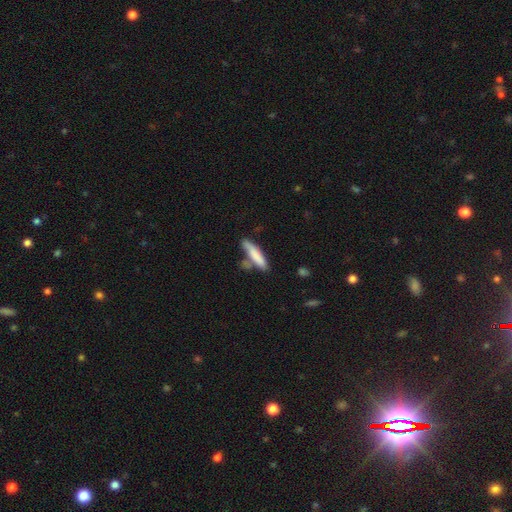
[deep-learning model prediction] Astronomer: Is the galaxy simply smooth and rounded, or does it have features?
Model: smooth — 78%.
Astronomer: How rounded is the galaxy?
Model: cigar-shaped — 80%.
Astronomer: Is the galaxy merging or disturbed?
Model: none — 58%.